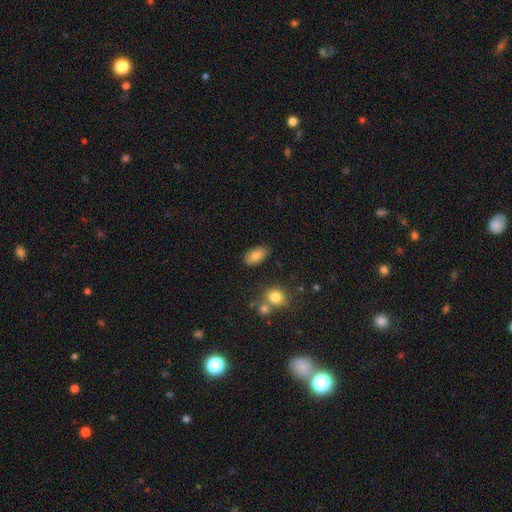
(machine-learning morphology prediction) A smooth galaxy with no disk features (81%) that is in between round and cigar-shaped (92%).

Vote fractions:
- Smooth or featured? smooth: 81% / featured or disk: 11% / star or artifact: 8%
- How rounded? in between: 92% / round: 5% / cigar-shaped: 3%
- Merging? none: 81% / minor disturbance: 13% / merger: 4% / major disturbance: 3%